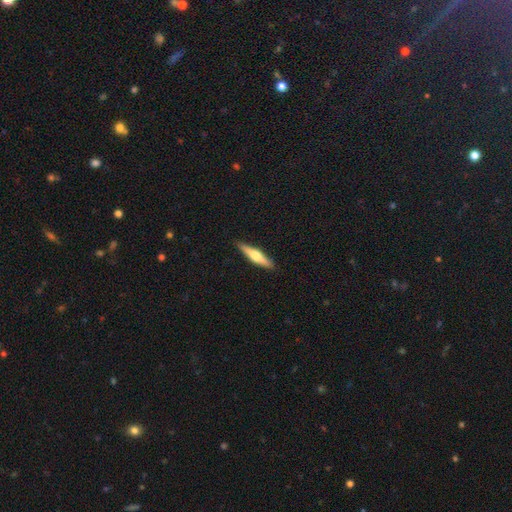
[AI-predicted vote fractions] The model was most divided on "smooth or featured": featured or disk: 52%, smooth: 43%, star or artifact: 5%. More confident: edge-on disk — yes (96%); merging — none (90%).